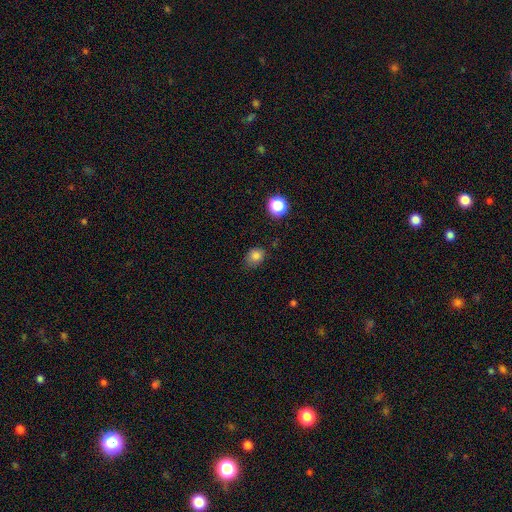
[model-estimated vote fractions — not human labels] Morphology: type=smooth (81%); roundness=round (51%); merging=none (72%).